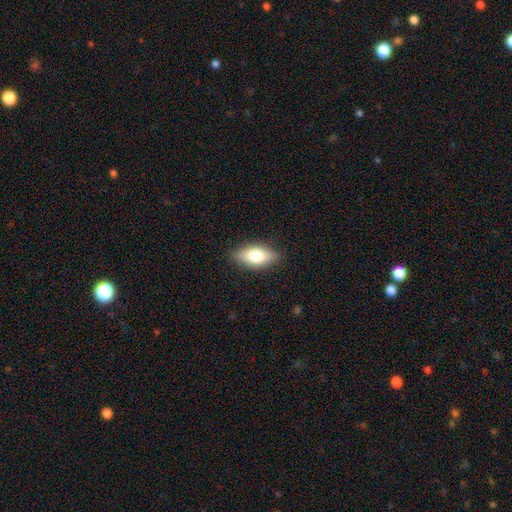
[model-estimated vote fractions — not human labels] smooth_or_featured: smooth (p=0.71) [alt: featured or disk p=0.22]
how_rounded: in between (p=0.85) [alt: cigar-shaped p=0.10]
merging: none (p=0.85) [alt: minor disturbance p=0.11]